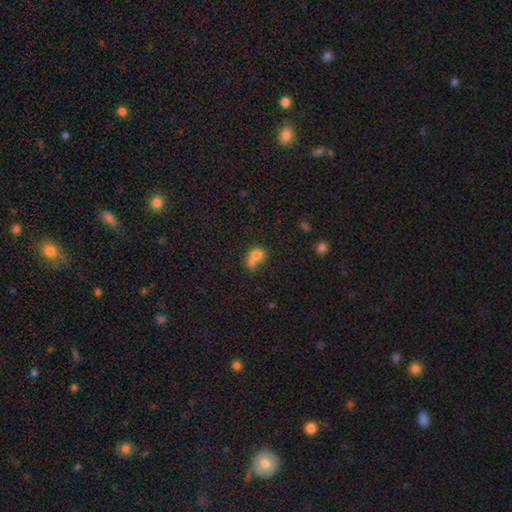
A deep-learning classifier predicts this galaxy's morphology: Smooth or featured? smooth (73%)
How rounded? round (51%)
Merging? merger (65%)